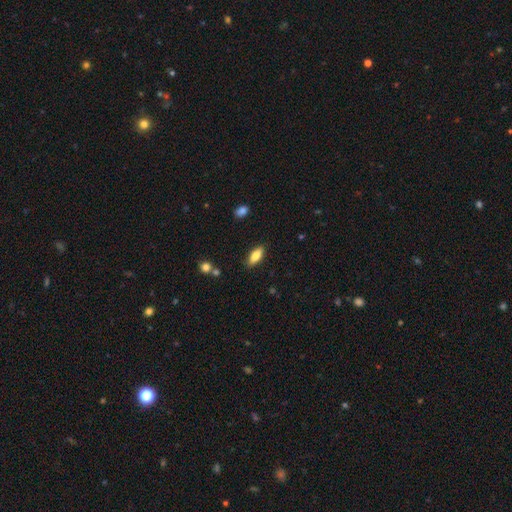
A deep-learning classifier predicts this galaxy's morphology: Smooth or featured? smooth (80%)
How rounded? in between (74%)
Merging? none (87%)